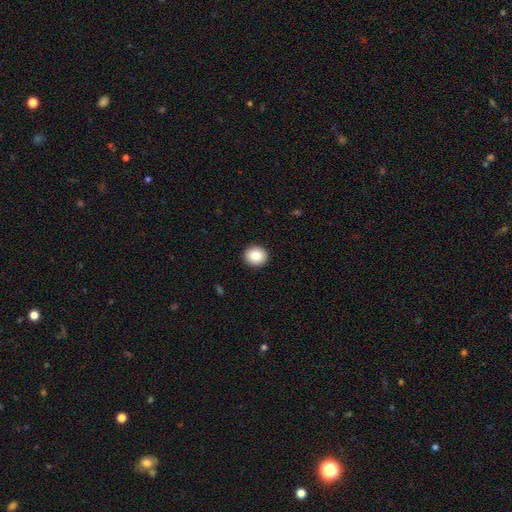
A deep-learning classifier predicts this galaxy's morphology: Smooth or featured? Predicted: smooth (p=0.85). How rounded? Predicted: round (p=0.84). Merging? Predicted: none (p=0.93).